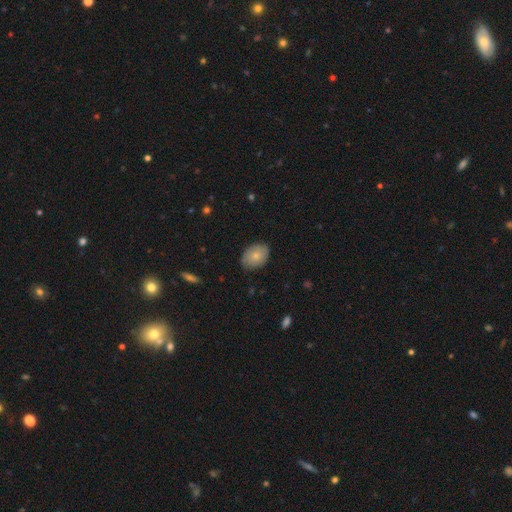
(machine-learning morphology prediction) This is likely a smooth galaxy (77%). How rounded: likely in between (75%). Merging: clearly none (83%).